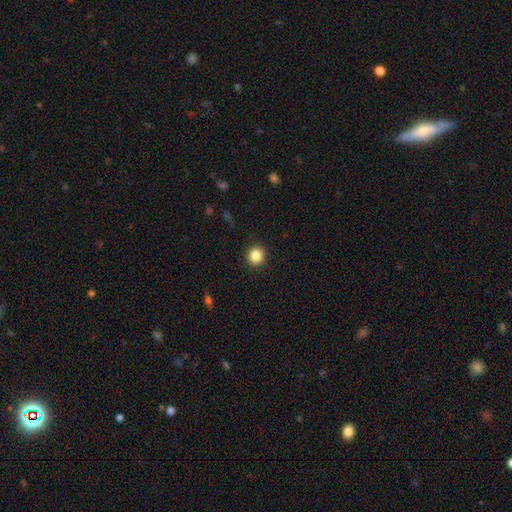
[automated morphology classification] A smooth galaxy with no disk features (86%) that is round (92%). Merging: none (91%).